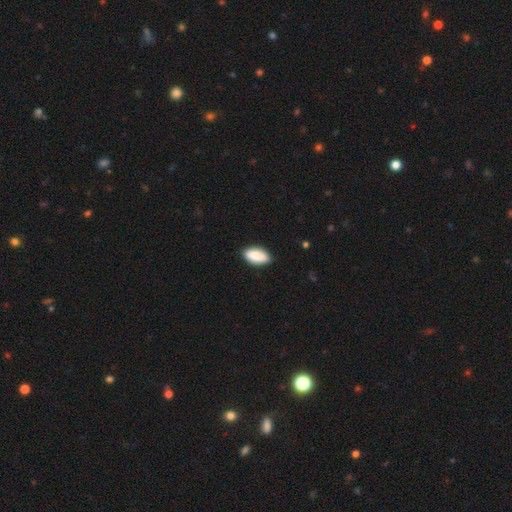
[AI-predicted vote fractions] Smooth or featured? Predicted: smooth (p=0.86). How rounded? Predicted: in between (p=0.92). Merging? Predicted: none (p=0.83).